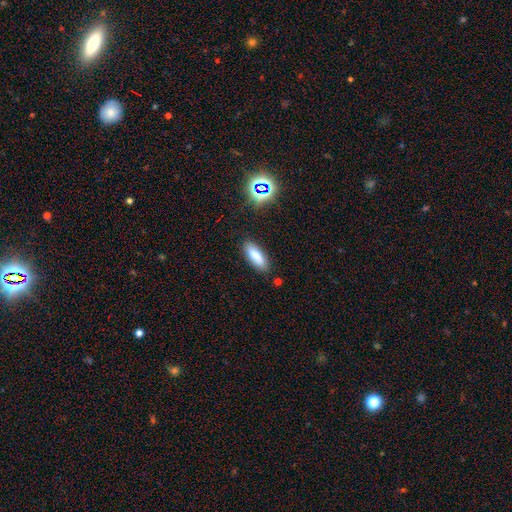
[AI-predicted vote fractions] Smooth or featured? smooth (81%)
How rounded? in between (66%)
Merging? none (85%)